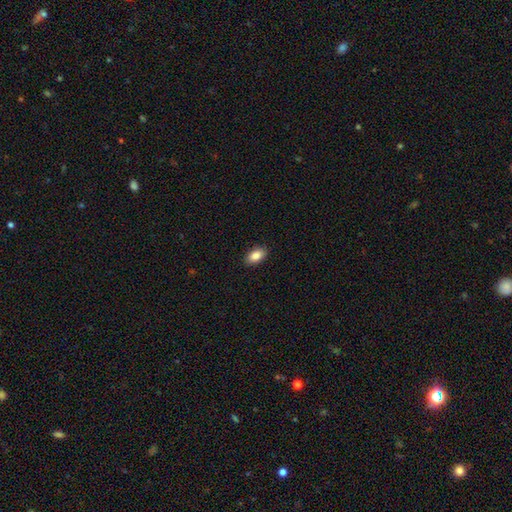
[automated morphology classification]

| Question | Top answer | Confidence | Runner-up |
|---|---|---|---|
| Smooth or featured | smooth | 87% | star or artifact (7%) |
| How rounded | in between | 92% | round (6%) |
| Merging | none | 89% | minor disturbance (8%) |